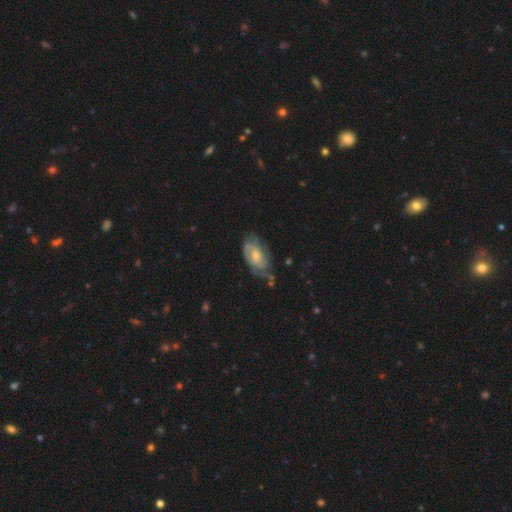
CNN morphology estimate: Smooth or featured? Predicted: featured or disk (p=0.72). Edge-on disk? Predicted: no (p=0.95). Bar? Predicted: no (p=0.67). Spiral arms? Predicted: yes (p=0.88). Spiral winding? Predicted: tight (p=0.50). Spiral arm count? Predicted: 2 (p=0.43). Bulge size? Predicted: moderate (p=0.49). Merging? Predicted: none (p=0.52).